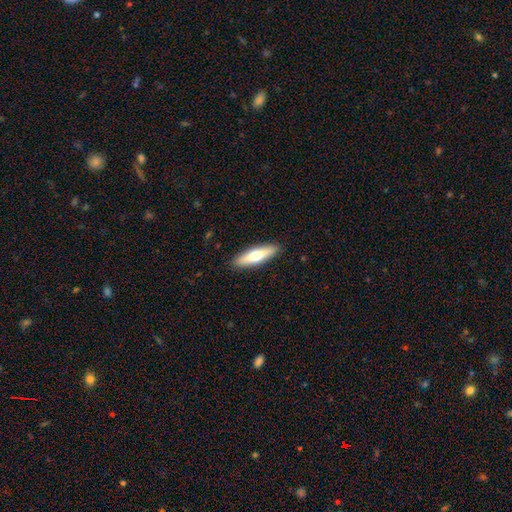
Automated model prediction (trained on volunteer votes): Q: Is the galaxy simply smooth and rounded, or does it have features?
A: smooth — 59%.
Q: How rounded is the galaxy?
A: cigar-shaped — 67%.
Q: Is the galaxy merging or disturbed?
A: none — 90%.